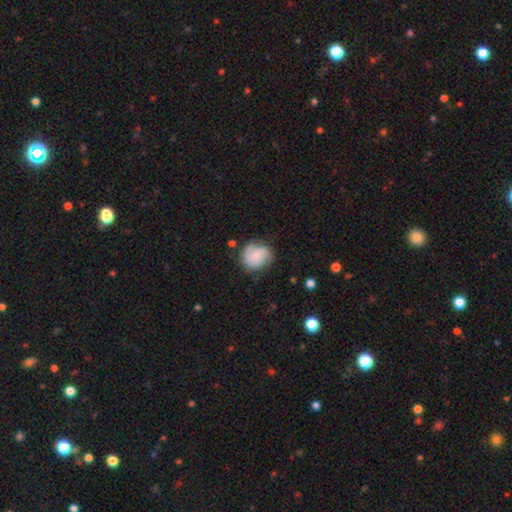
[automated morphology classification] Smooth or featured? featured or disk (49%)
Merging? none (67%)